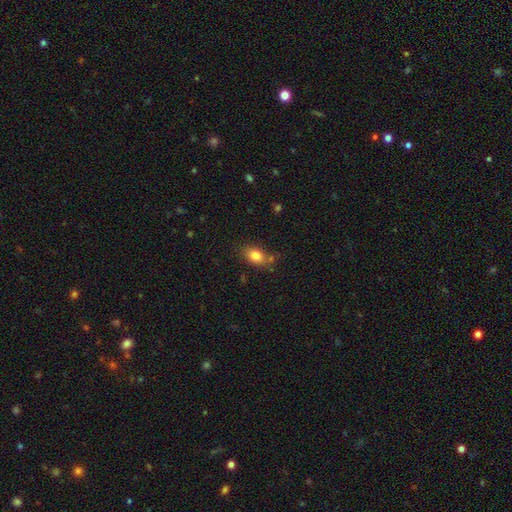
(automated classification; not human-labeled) smooth 82%, star or artifact 9%, featured or disk 8%. Down the decision tree: how rounded — in between (77%); merging — none (72%).